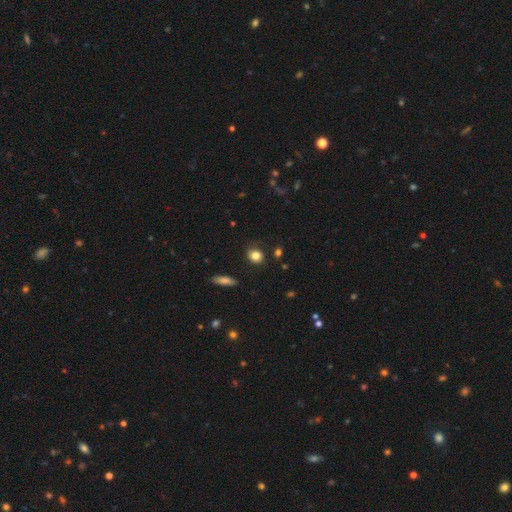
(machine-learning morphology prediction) Smooth or featured?
  - smooth: 82% *
  - star or artifact: 10%
  - featured or disk: 8%
How rounded?
  - round: 65% *
  - in between: 33%
  - cigar-shaped: 2%
Merging?
  - none: 81% *
  - minor disturbance: 14%
  - major disturbance: 3%
  - merger: 2%